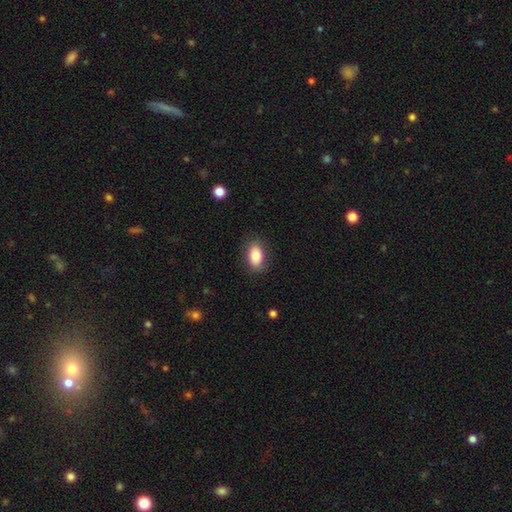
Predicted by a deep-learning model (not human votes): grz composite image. It shows a smooth galaxy with no disk features (82%) that is in between round and cigar-shaped (89%). Merging: none (85%).